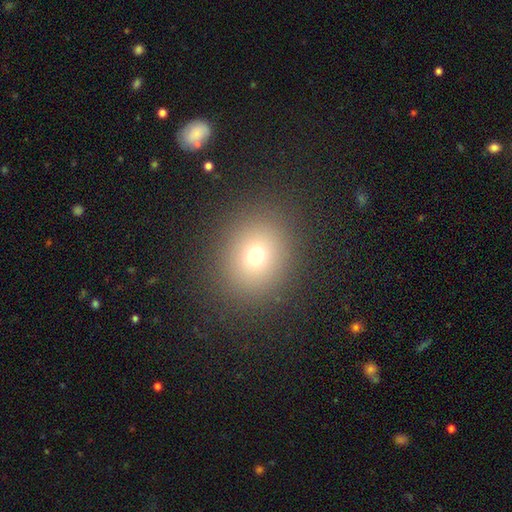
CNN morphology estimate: smooth 71%, star or artifact 18%, featured or disk 11%. Down the decision tree: how rounded — round (75%); merging — none (88%).